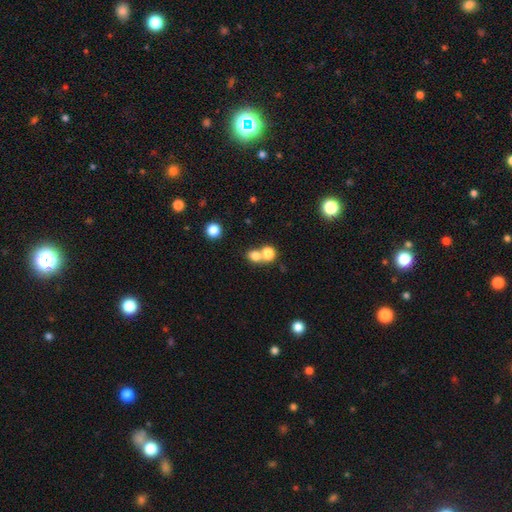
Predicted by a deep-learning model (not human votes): A smooth galaxy with no disk features (77%) that is round (70%).

Vote fractions:
- Smooth or featured? smooth: 77% / star or artifact: 14% / featured or disk: 10%
- How rounded? round: 70% / in between: 29% / cigar-shaped: 1%
- Merging? merger: 51% / none: 41% / minor disturbance: 6% / major disturbance: 3%